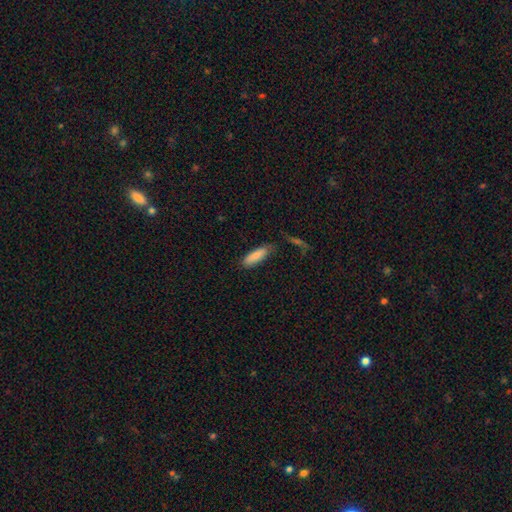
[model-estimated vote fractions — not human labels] smooth-or-featured: smooth: 84% | featured or disk: 9% | star or artifact: 6%
  how-rounded: in between: 52% | cigar-shaped: 46% | round: 2%
  merging: none: 74% | minor disturbance: 17% | major disturbance: 4% | merger: 4%